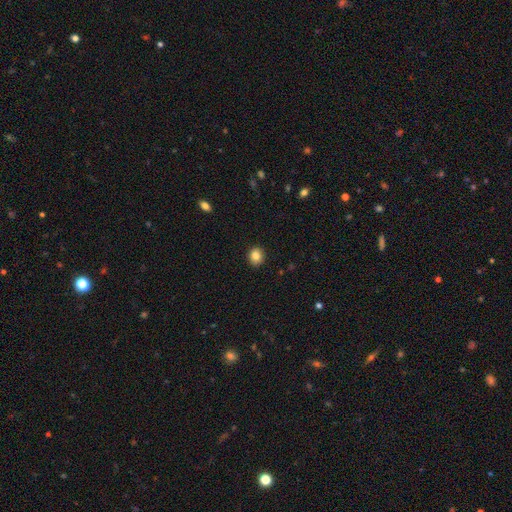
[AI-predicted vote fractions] A smooth galaxy with no disk features (84%) that is round (72%).

Vote fractions:
- Smooth or featured? smooth: 84% / star or artifact: 10% / featured or disk: 6%
- How rounded? round: 72% / in between: 27% / cigar-shaped: 1%
- Merging? none: 91% / minor disturbance: 6% / major disturbance: 2% / merger: 1%